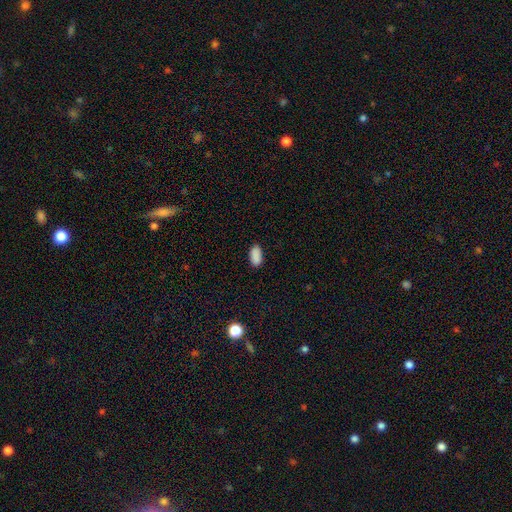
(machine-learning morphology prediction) Smooth or featured: smooth — 89% (star or artifact — 8%)
How rounded: in between — 94% (cigar-shaped — 3%)
Merging: none — 87% (minor disturbance — 10%)